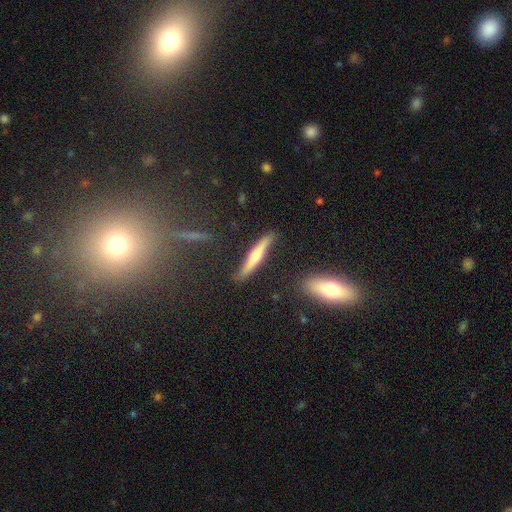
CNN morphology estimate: Smooth or featured? featured or disk (52%)
Edge-on disk? yes (93%)
Merging? none (85%)